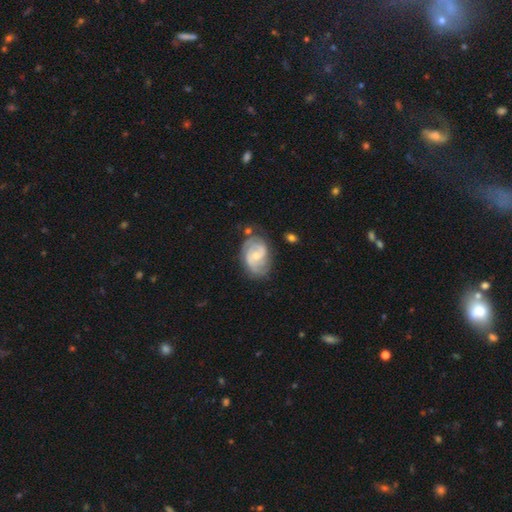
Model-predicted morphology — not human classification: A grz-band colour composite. It shows a featured or disk galaxy (82%) with no bar (50%), 2 (58%) tight (47%) spiral arms (95%) and a small central bulge (57%). Merging: none (65%).